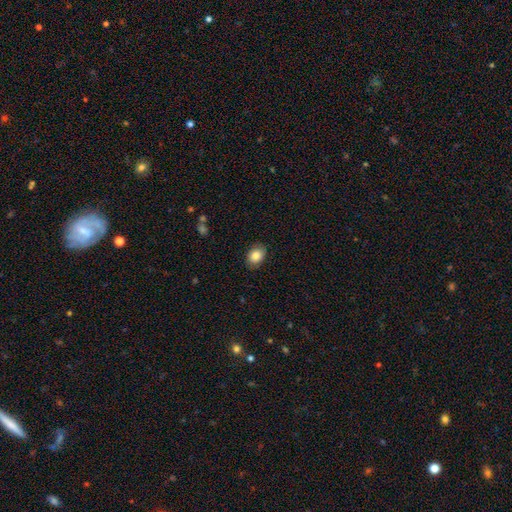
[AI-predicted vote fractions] Smooth or featured? smooth (85%)
How rounded? in between (70%)
Merging? none (86%)